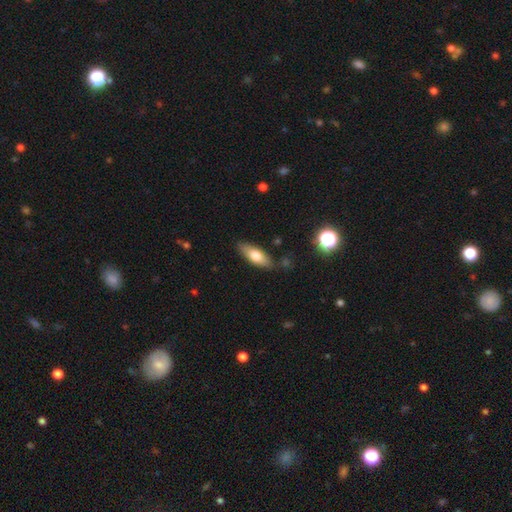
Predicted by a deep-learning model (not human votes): Smooth or featured? smooth (69%)
How rounded? in between (67%)
Merging? none (82%)